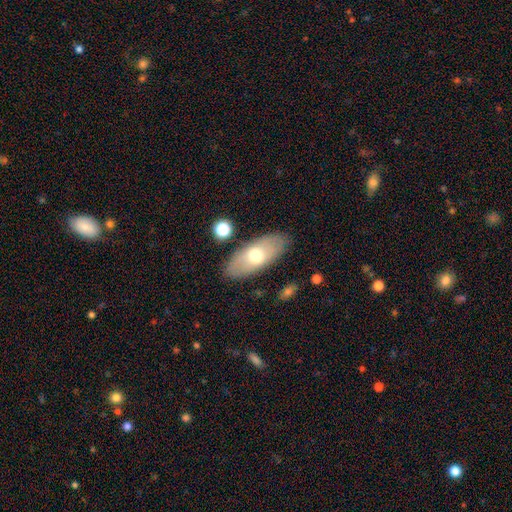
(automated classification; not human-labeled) This appears to be a smooth galaxy with no disk features (60%) that is in between round and cigar-shaped (86%). Merging: none (84%).